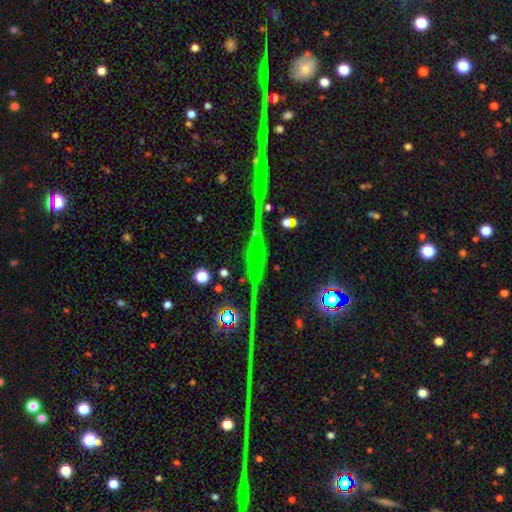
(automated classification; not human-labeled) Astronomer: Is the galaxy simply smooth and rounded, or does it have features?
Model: star or artifact — 49% (runner-up: featured or disk, 37%).